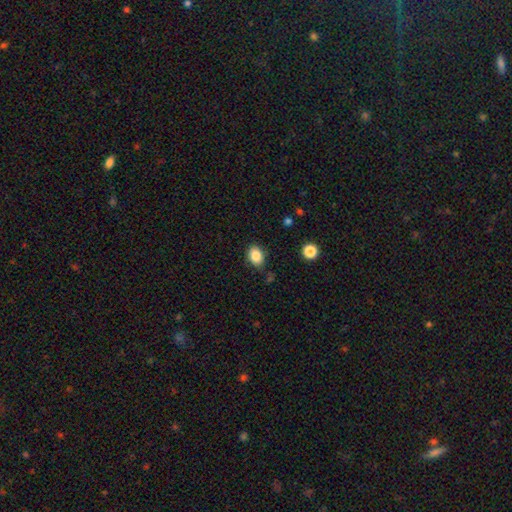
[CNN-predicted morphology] type=smooth (86%); roundness=in between (70%); merging=none (79%).